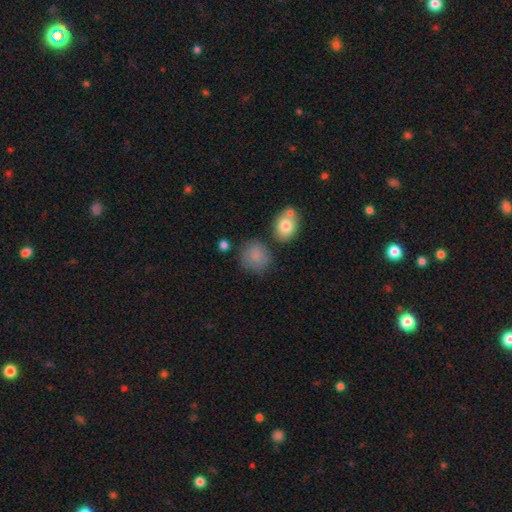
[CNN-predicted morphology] Smooth or featured?
  - smooth: 82% *
  - featured or disk: 9%
  - star or artifact: 9%
How rounded?
  - round: 82% *
  - in between: 17%
  - cigar-shaped: 1%
Merging?
  - none: 70% *
  - minor disturbance: 18%
  - merger: 7%
  - major disturbance: 6%